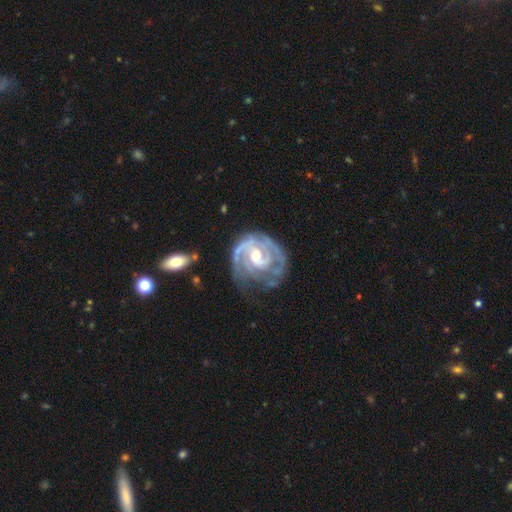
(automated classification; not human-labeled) This appears to be a featured or disk galaxy (89%) with a weak bar (44%), 2 (44%) tight (57%) spiral arms (95%) and a moderate central bulge (60%). Merging: none (53%).